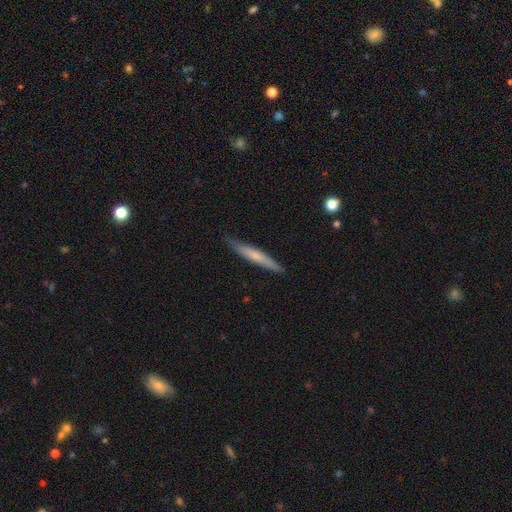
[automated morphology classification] Q: Smooth or featured?
A: smooth (61%); runner-up: featured or disk (34%)
Q: How rounded?
A: cigar-shaped (95%); runner-up: in between (4%)
Q: Merging?
A: none (85%); runner-up: minor disturbance (12%)